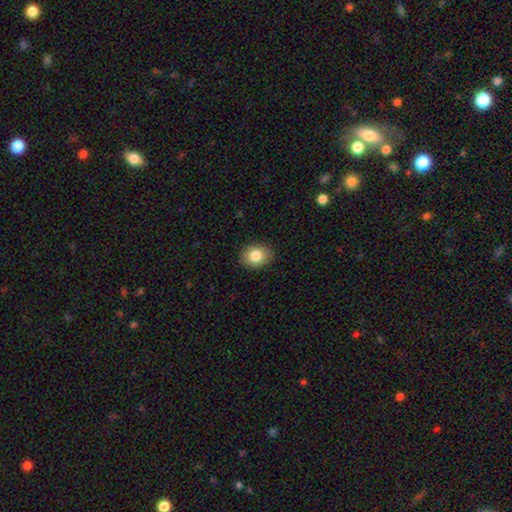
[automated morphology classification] Smooth or featured? smooth (83%)
How rounded? in between (56%)
Merging? none (89%)